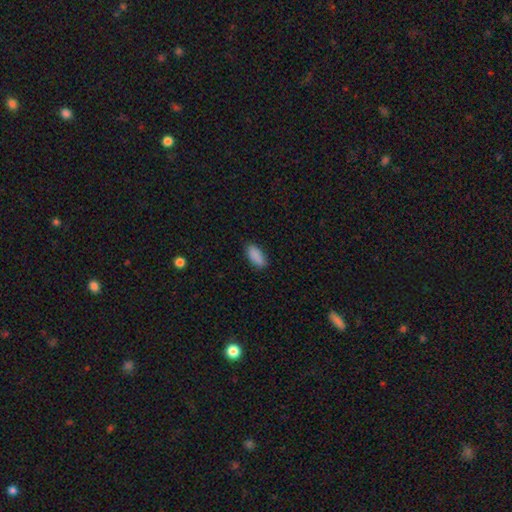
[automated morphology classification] Q: Smooth or featured?
A: smooth (89%); runner-up: star or artifact (7%)
Q: How rounded?
A: in between (86%); runner-up: cigar-shaped (12%)
Q: Merging?
A: none (85%); runner-up: minor disturbance (12%)